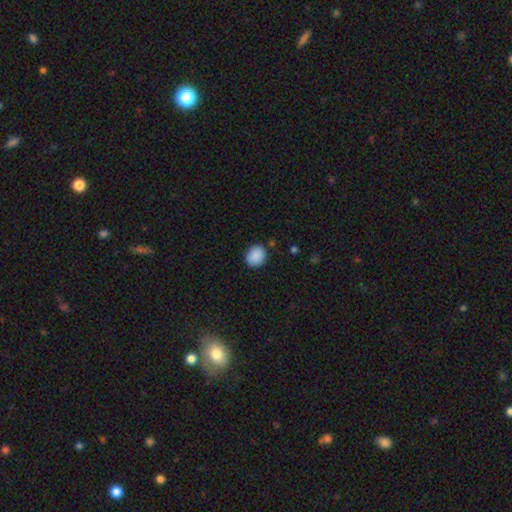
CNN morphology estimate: Smooth or featured: smooth — 89% (star or artifact — 8%)
How rounded: round — 60% (in between — 39%)
Merging: none — 85% (minor disturbance — 11%)